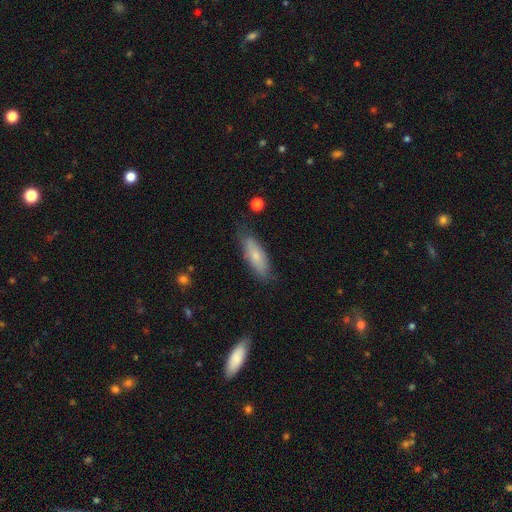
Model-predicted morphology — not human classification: Smooth or featured? Predicted: smooth (p=0.70). How rounded? Predicted: in between (p=0.59). Merging? Predicted: none (p=0.76).